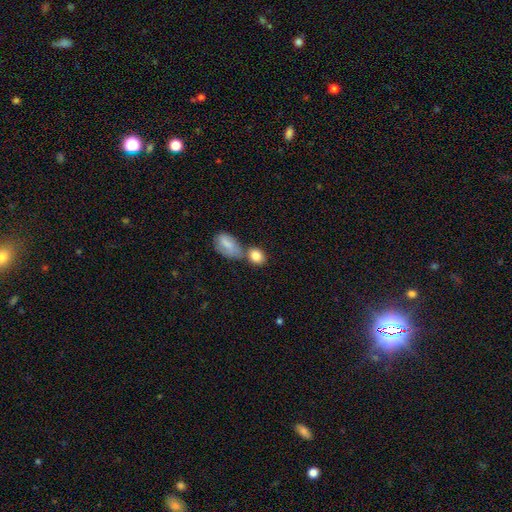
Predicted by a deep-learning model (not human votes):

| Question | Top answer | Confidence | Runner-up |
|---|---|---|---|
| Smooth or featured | smooth | 83% | featured or disk (10%) |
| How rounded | in between | 55% | round (43%) |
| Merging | none | 45% | merger (37%) |